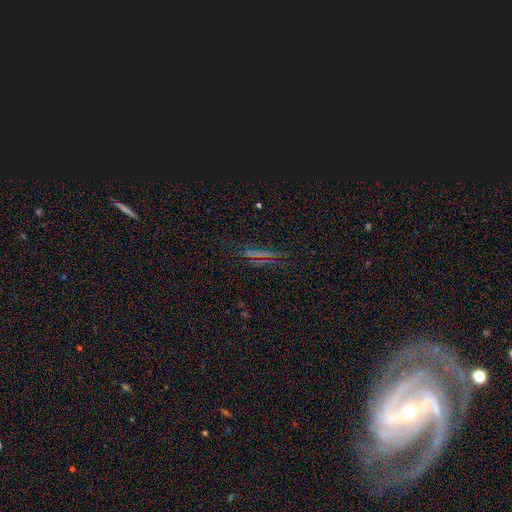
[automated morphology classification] A featured or disk galaxy (43%).

Vote fractions:
- Smooth or featured? featured or disk: 43% / star or artifact: 37% / smooth: 19%
- Merging? none: 65% / minor disturbance: 16% / major disturbance: 13% / merger: 7%